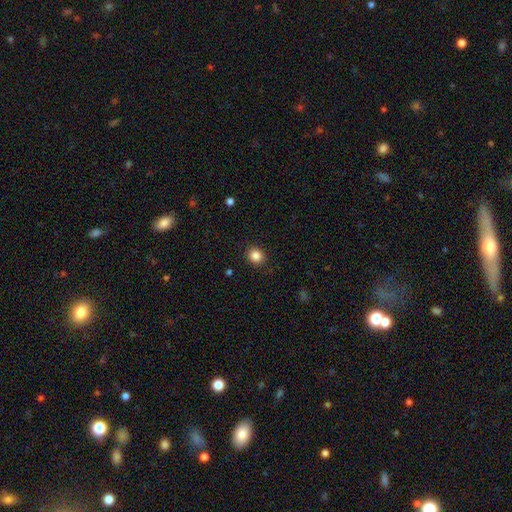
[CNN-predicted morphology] type=smooth (85%); roundness=round (80%); merging=none (89%).